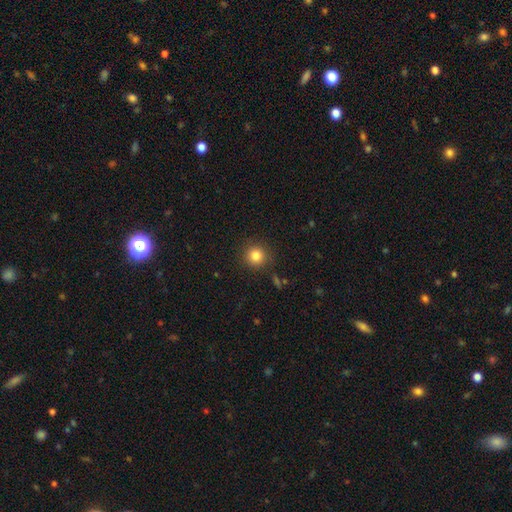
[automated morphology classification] type=smooth (83%); roundness=round (94%); merging=none (89%).